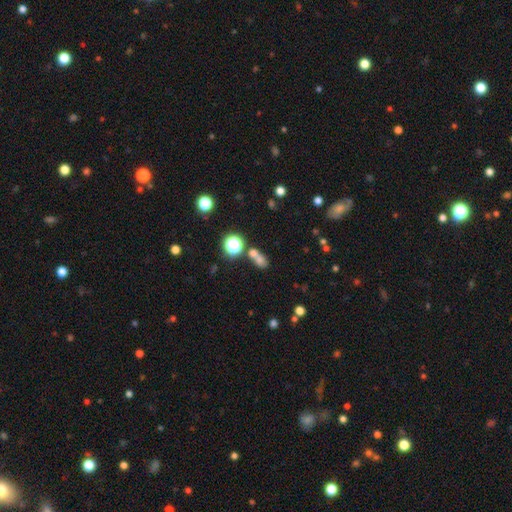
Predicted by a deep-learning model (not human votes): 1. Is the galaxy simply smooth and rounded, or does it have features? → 61% smooth, 25% star or artifact, 14% featured or disk.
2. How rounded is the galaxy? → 48% in between, 46% round, 7% cigar-shaped.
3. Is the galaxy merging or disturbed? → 47% merger, 35% none, 10% minor disturbance, 8% major disturbance.